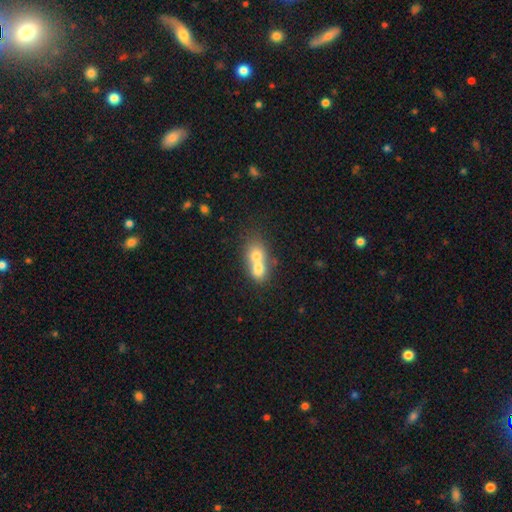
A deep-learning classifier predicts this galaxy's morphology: The model was most divided on "how rounded": in between: 52%, round: 45%, cigar-shaped: 2%. More confident: merging — merger (76%); smooth or featured — smooth (67%).